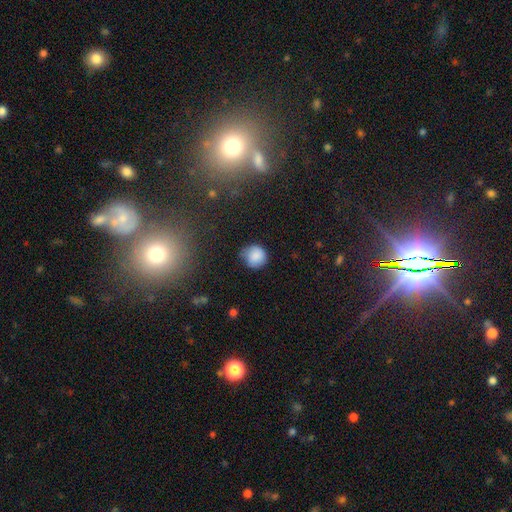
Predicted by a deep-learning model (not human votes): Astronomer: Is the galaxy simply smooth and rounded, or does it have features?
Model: smooth — 83%.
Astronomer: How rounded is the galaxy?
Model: round — 88%.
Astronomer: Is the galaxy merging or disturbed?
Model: none — 65%.